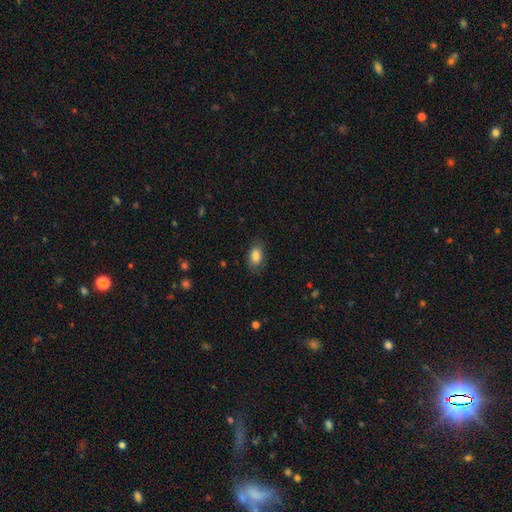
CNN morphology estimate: smooth_or_featured: smooth (p=0.85) [alt: featured or disk p=0.08]
how_rounded: in between (p=0.89) [alt: round p=0.09]
merging: none (p=0.80) [alt: minor disturbance p=0.15]